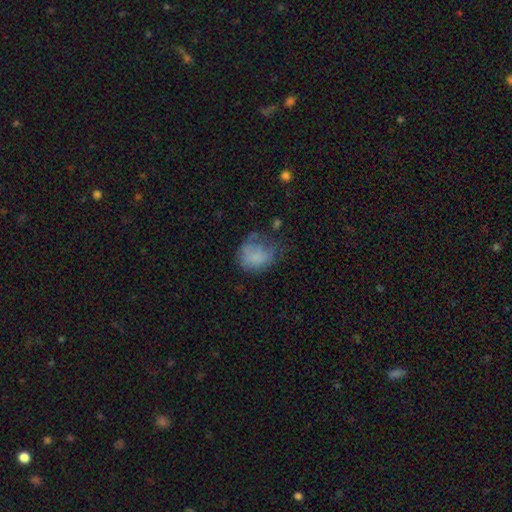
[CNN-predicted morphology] The model was most divided on "merging": none: 37%, minor disturbance: 30%, major disturbance: 30%, merger: 3%. More confident: smooth or featured — smooth (69%); how rounded — round (57%).